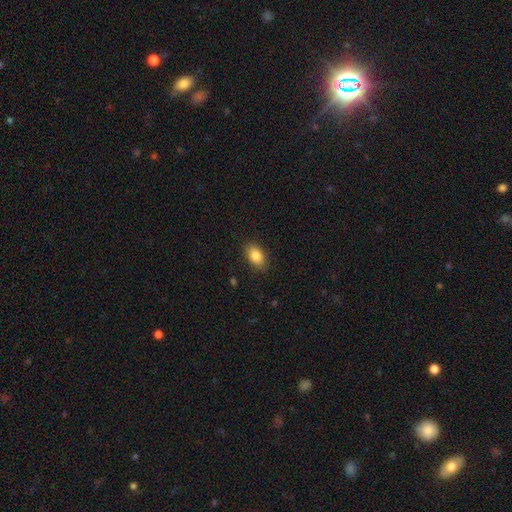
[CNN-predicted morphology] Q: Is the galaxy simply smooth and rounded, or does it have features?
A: smooth — 85%.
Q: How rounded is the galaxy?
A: in between — 89%.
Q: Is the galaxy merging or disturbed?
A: none — 87%.